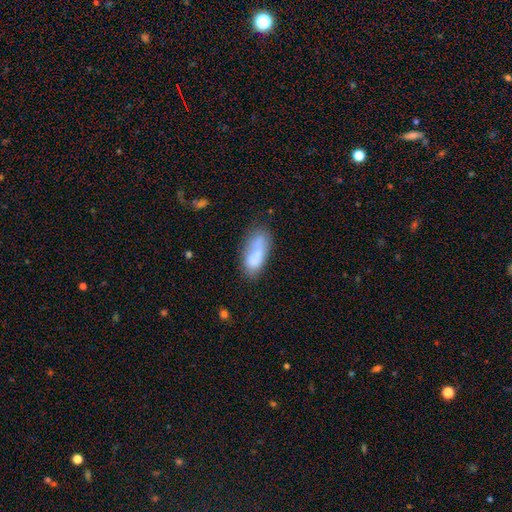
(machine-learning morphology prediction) Smooth or featured? Predicted: smooth (p=0.68). How rounded? Predicted: in between (p=0.80). Merging? Predicted: none (p=0.39).